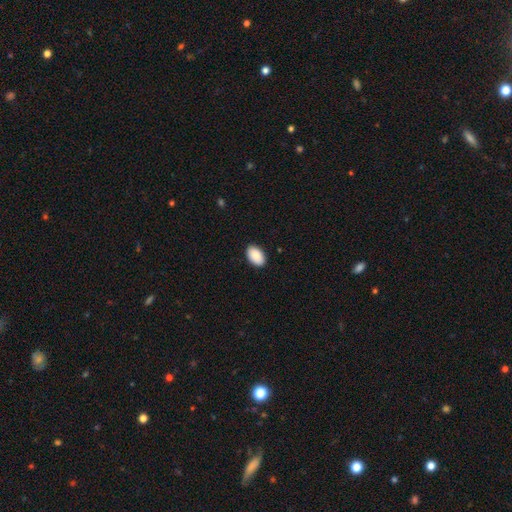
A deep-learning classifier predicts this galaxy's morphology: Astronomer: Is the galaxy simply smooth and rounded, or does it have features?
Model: smooth — 90%.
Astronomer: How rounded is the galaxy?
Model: in between — 93%.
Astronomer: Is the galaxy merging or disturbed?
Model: none — 89%.